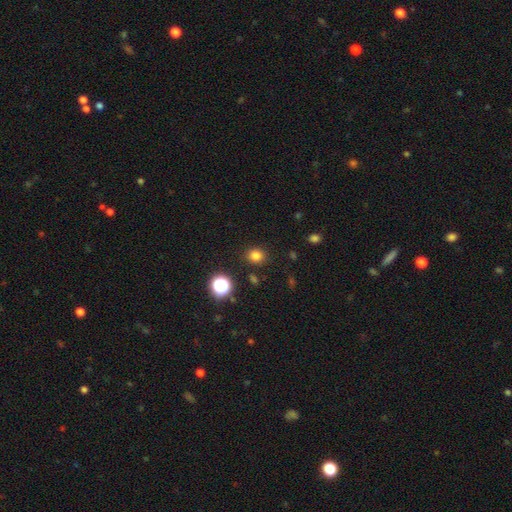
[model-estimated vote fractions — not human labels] This appears to be a smooth galaxy with no disk features (80%) that is round (78%). Merging: none (88%).